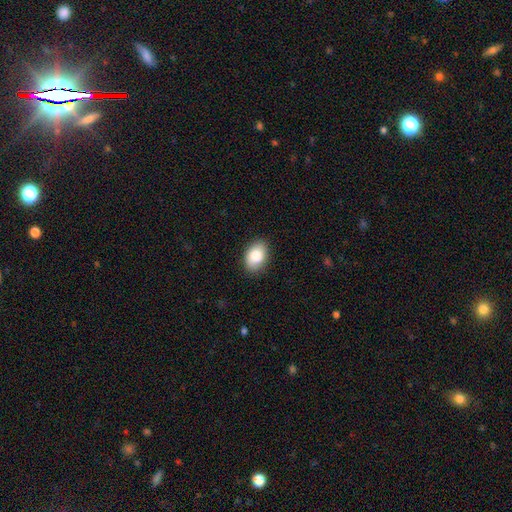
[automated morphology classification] Smooth or featured: smooth — 84% (featured or disk — 9%)
How rounded: in between — 86% (round — 13%)
Merging: none — 86% (minor disturbance — 10%)